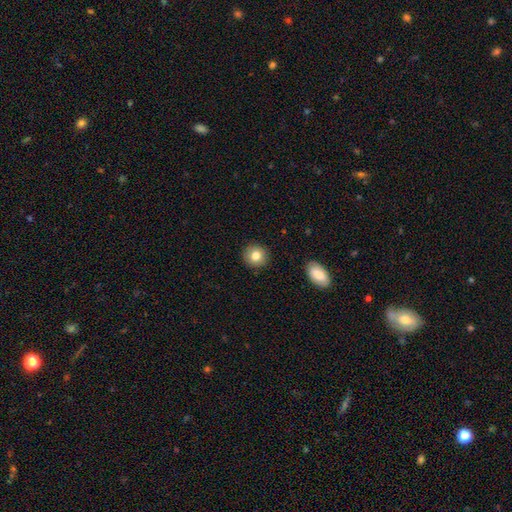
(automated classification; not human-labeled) Smooth or featured? Predicted: smooth (p=0.81). How rounded? Predicted: round (p=0.89). Merging? Predicted: none (p=0.91).